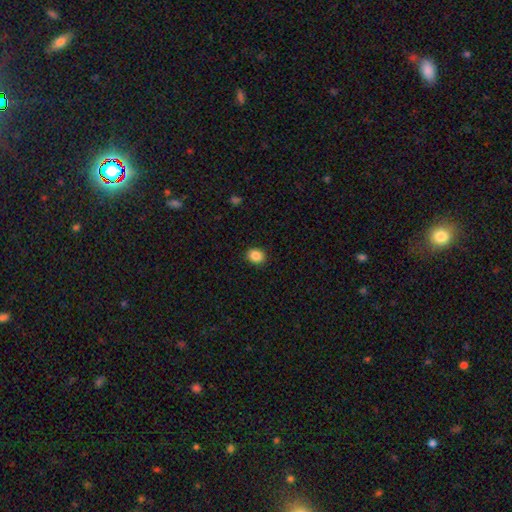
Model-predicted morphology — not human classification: A smooth galaxy with no disk features (88%) that is round (59%).

Vote fractions:
- Smooth or featured? smooth: 88% / star or artifact: 9% / featured or disk: 3%
- How rounded? round: 59% / in between: 40% / cigar-shaped: 1%
- Merging? none: 90% / minor disturbance: 7% / major disturbance: 2% / merger: 1%